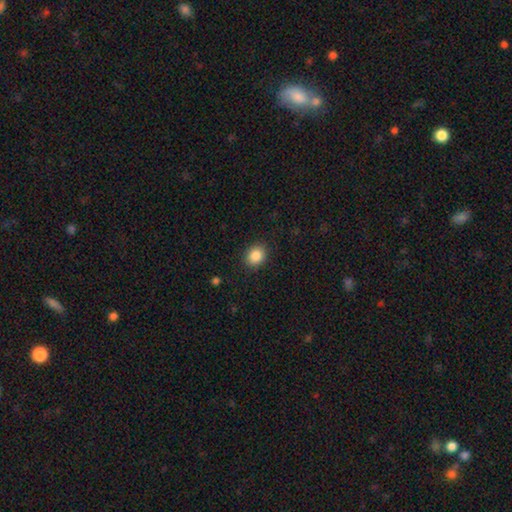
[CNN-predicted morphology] Q: Smooth or featured?
A: smooth (87%); runner-up: star or artifact (9%)
Q: How rounded?
A: round (51%); runner-up: in between (48%)
Q: Merging?
A: none (88%); runner-up: minor disturbance (9%)